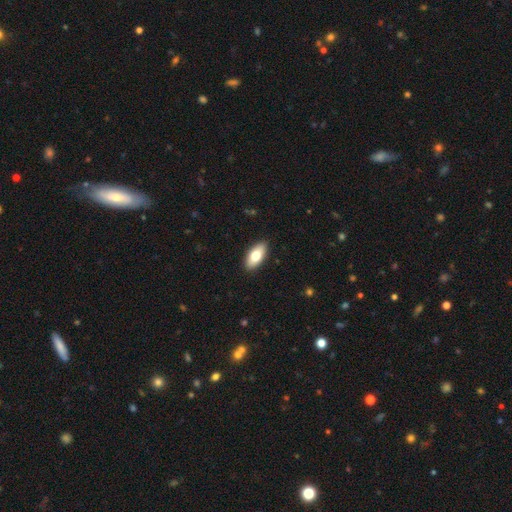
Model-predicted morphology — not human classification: Smooth or featured?
  - smooth: 75% *
  - featured or disk: 19%
  - star or artifact: 6%
How rounded?
  - in between: 90% *
  - cigar-shaped: 8%
  - round: 3%
Merging?
  - none: 90% *
  - minor disturbance: 7%
  - major disturbance: 2%
  - merger: 1%